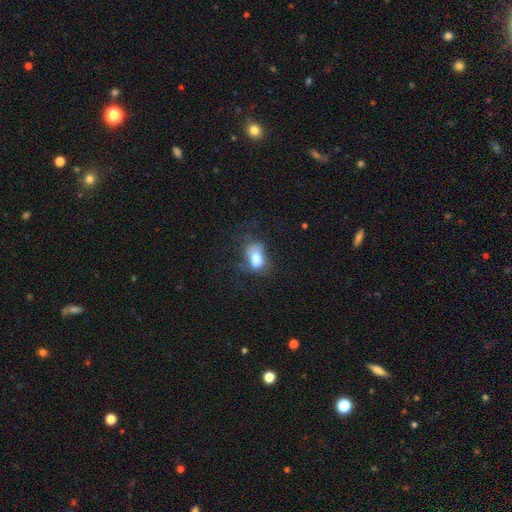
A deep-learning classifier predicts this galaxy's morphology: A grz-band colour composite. It shows a smooth galaxy with no disk features (72%) that is in between round and cigar-shaped (82%). Merging: none (39%).